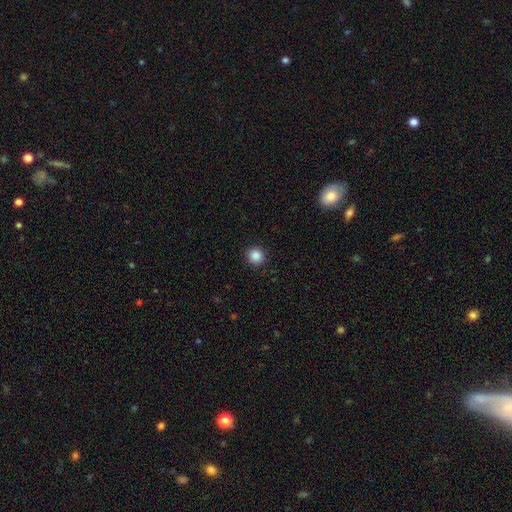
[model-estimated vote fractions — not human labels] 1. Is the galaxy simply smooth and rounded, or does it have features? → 87% smooth, 10% star or artifact, 3% featured or disk.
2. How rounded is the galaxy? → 95% round, 4% in between, 1% cigar-shaped.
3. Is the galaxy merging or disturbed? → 92% none, 5% minor disturbance, 2% major disturbance, 1% merger.